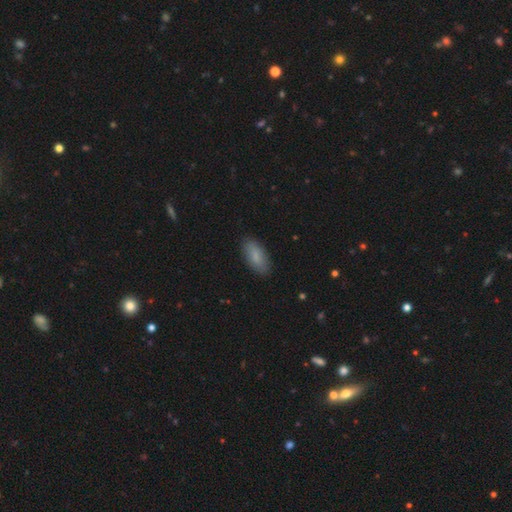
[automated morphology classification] Q: Smooth or featured?
A: smooth (83%); runner-up: featured or disk (11%)
Q: How rounded?
A: in between (86%); runner-up: cigar-shaped (12%)
Q: Merging?
A: none (86%); runner-up: minor disturbance (10%)